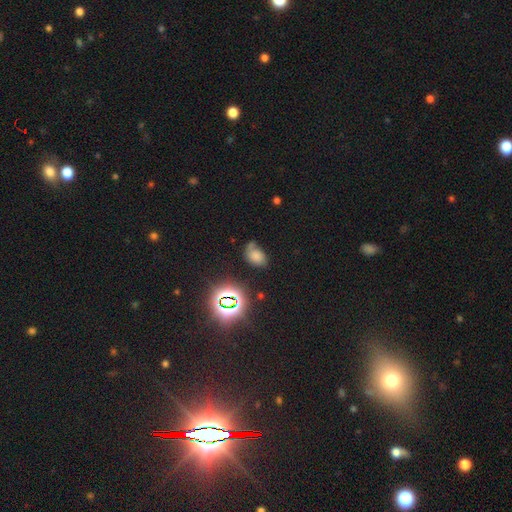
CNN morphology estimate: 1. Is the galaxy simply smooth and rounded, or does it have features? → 61% smooth, 23% star or artifact, 15% featured or disk.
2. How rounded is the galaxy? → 81% in between, 18% round, 1% cigar-shaped.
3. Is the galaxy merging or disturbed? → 48% none, 28% minor disturbance, 15% major disturbance, 9% merger.